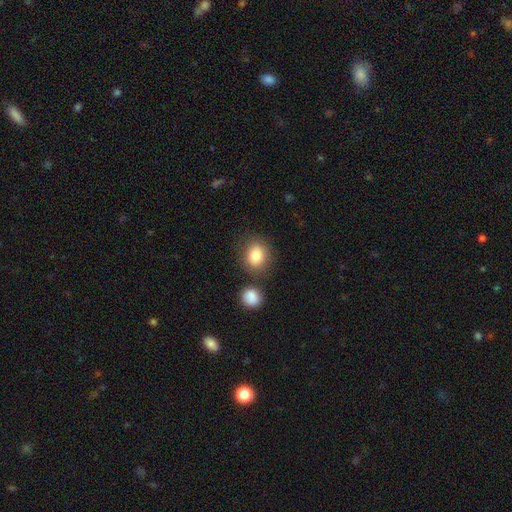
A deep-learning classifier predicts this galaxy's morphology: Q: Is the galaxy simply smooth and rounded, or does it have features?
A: smooth — 84%.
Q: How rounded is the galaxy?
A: round — 60%.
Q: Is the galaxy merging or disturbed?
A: none — 73%.